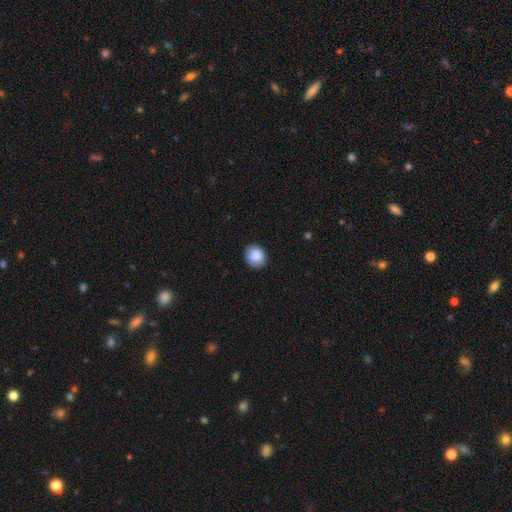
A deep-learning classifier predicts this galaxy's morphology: Smooth or featured? Predicted: smooth (p=0.89). How rounded? Predicted: round (p=0.73). Merging? Predicted: none (p=0.88).